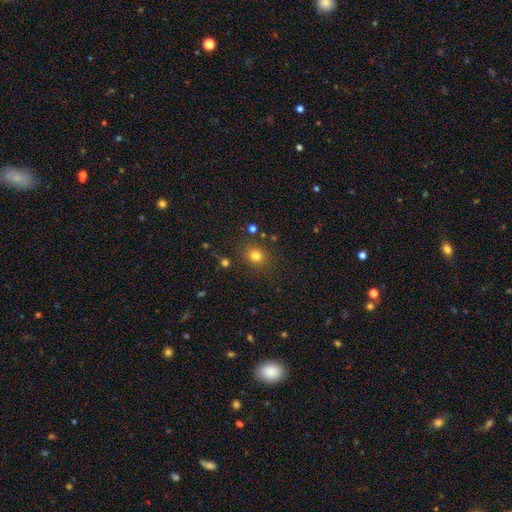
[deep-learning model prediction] Smooth or featured: smooth — 79% (star or artifact — 15%)
How rounded: round — 72% (in between — 27%)
Merging: none — 83% (minor disturbance — 10%)